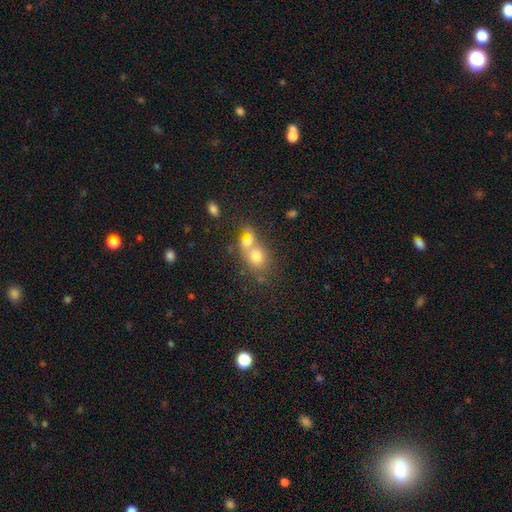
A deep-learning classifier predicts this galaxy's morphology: A smooth galaxy with no disk features (67%) that is round (65%). Merging: merger (62%).